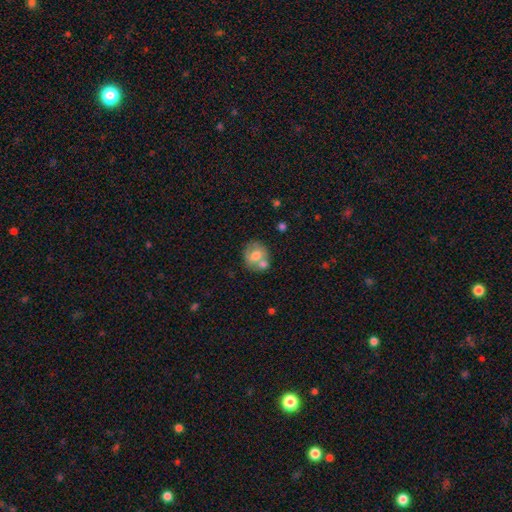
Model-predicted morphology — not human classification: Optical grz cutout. It shows a smooth galaxy with no disk features (62%) that is round (70%). Merging: none (43%).